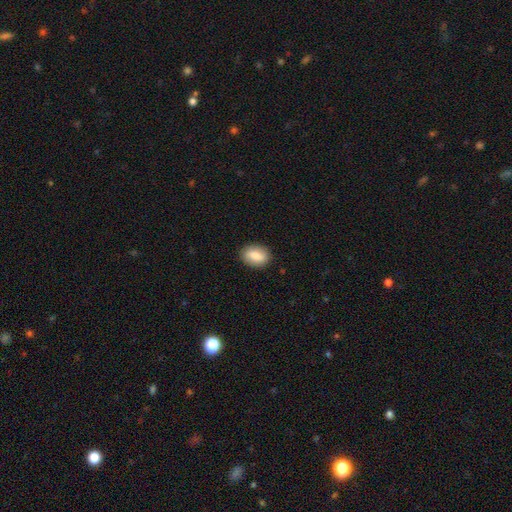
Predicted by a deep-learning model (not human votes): Q: Smooth or featured?
A: smooth (80%); runner-up: featured or disk (13%)
Q: How rounded?
A: in between (75%); runner-up: round (23%)
Q: Merging?
A: none (88%); runner-up: minor disturbance (9%)